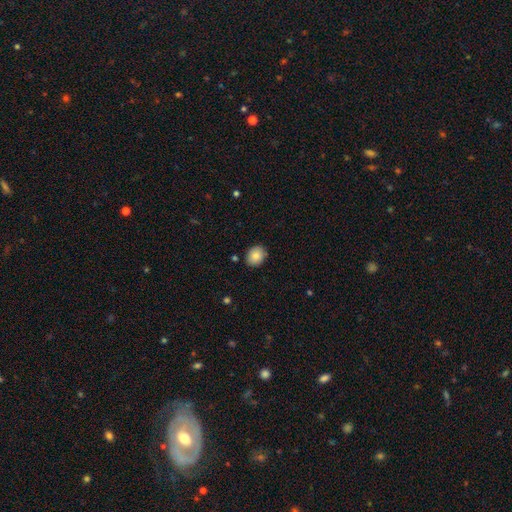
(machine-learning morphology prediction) smooth 84%, star or artifact 8%, featured or disk 8%. Down the decision tree: how rounded — round (52%); merging — none (86%).